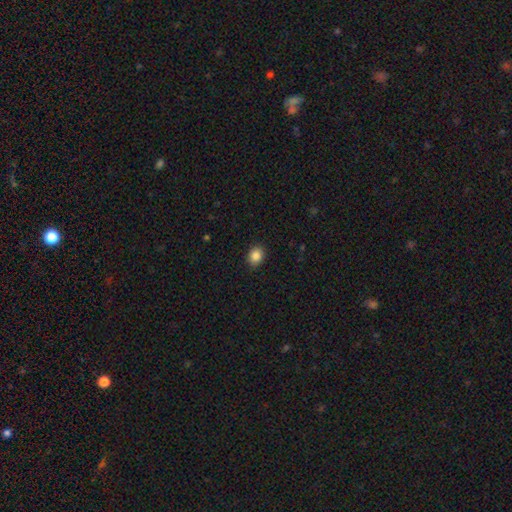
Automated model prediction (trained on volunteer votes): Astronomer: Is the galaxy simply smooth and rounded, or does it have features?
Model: smooth — 87%.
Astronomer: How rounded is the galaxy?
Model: round — 53% (runner-up: in between, 46%).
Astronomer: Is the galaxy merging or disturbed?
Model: none — 89%.